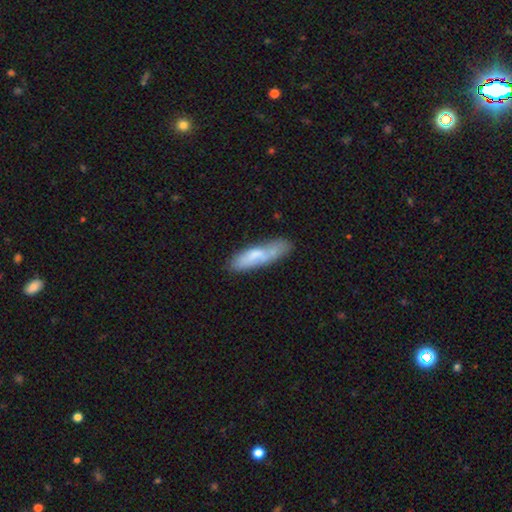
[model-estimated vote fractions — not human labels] smooth-or-featured: smooth: 66% | featured or disk: 27% | star or artifact: 7%
  how-rounded: cigar-shaped: 64% | in between: 35% | round: 2%
  merging: none: 55% | minor disturbance: 23% | merger: 14% | major disturbance: 8%